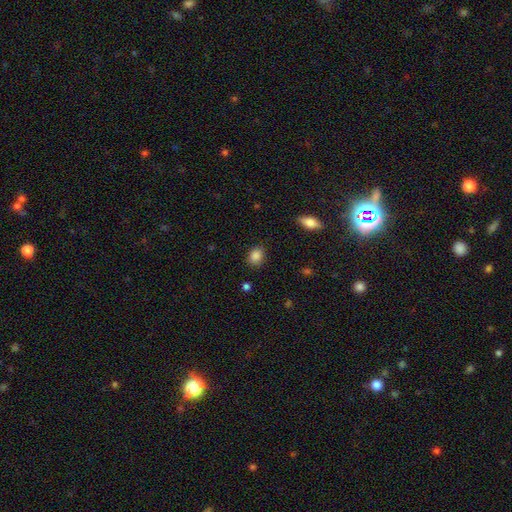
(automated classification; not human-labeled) Smooth or featured? Predicted: smooth (p=0.87). How rounded? Predicted: in between (p=0.54). Merging? Predicted: none (p=0.84).